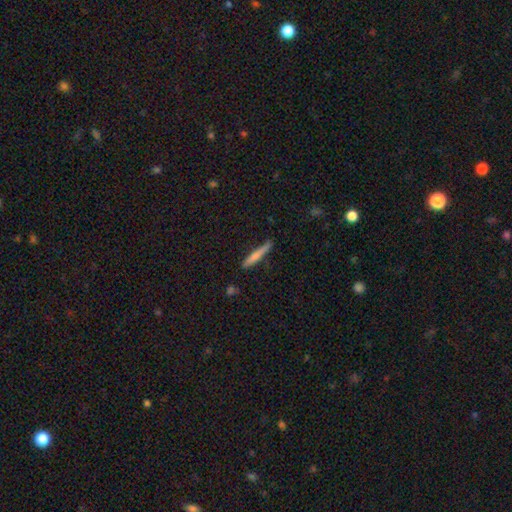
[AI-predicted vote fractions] Morphology: type=smooth (69%); roundness=cigar-shaped (94%); merging=none (79%).